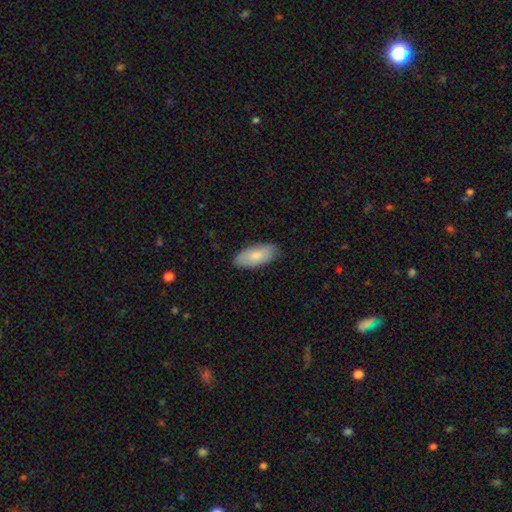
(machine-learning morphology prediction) Smooth or featured? Predicted: smooth (p=0.81). How rounded? Predicted: in between (p=0.90). Merging? Predicted: none (p=0.85).